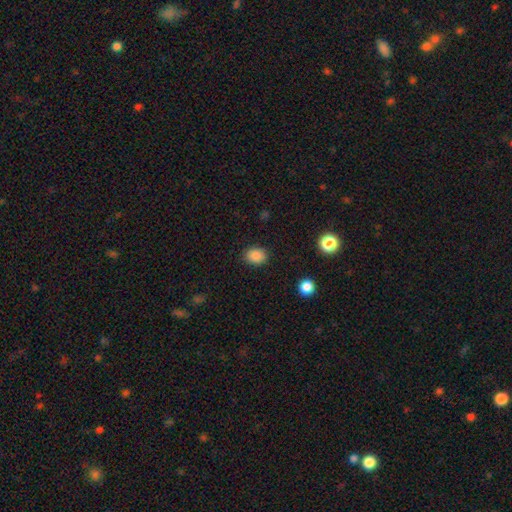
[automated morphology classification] A smooth galaxy with no disk features (86%) that is in between round and cigar-shaped (57%). Merging: none (88%).